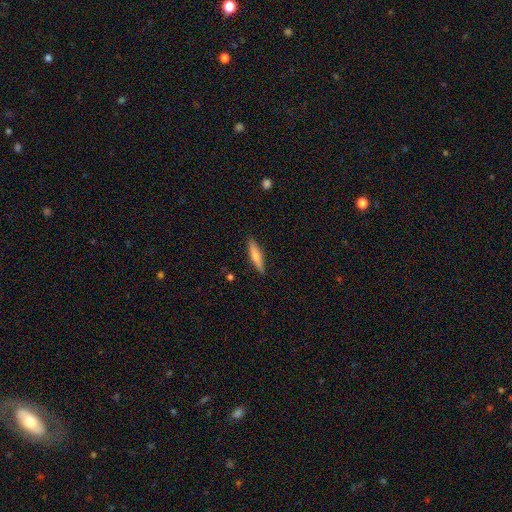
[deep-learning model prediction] Overall: smooth (69%). How rounded: cigar-shaped (82%). Merging: none (89%).